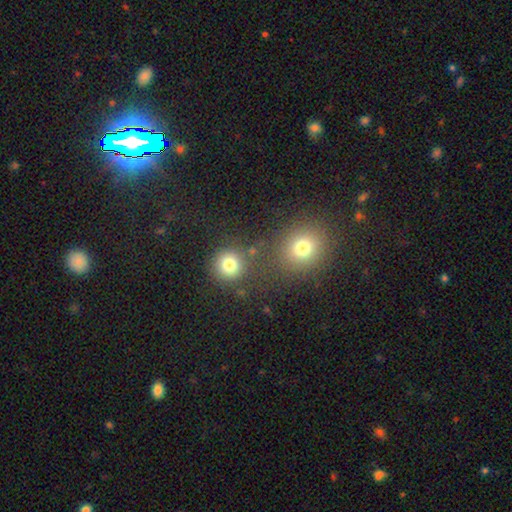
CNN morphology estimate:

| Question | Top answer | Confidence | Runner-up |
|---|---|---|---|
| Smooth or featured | smooth | 60% | star or artifact (32%) |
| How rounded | round | 86% | in between (13%) |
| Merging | none | 72% | merger (17%) |